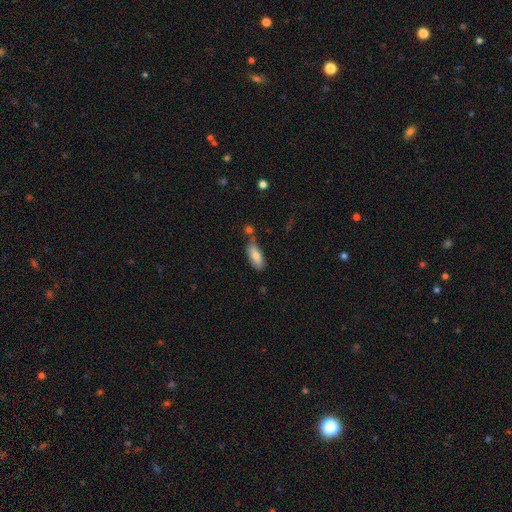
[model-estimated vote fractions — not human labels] Smooth or featured? smooth (77%)
How rounded? in between (73%)
Merging? none (62%)